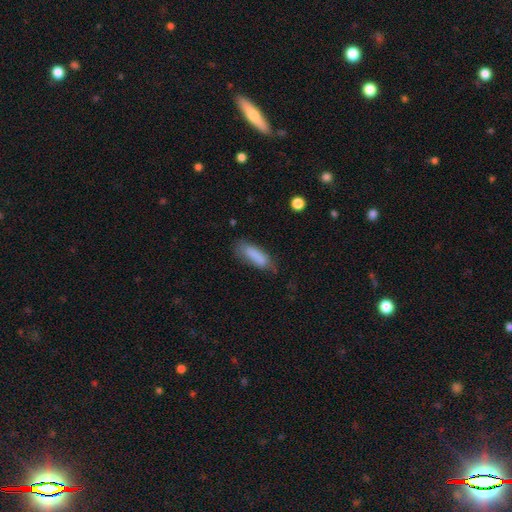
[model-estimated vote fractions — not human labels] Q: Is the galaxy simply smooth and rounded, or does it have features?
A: smooth — 82%.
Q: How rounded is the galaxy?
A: in between — 51%.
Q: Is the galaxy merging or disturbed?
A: none — 56%.